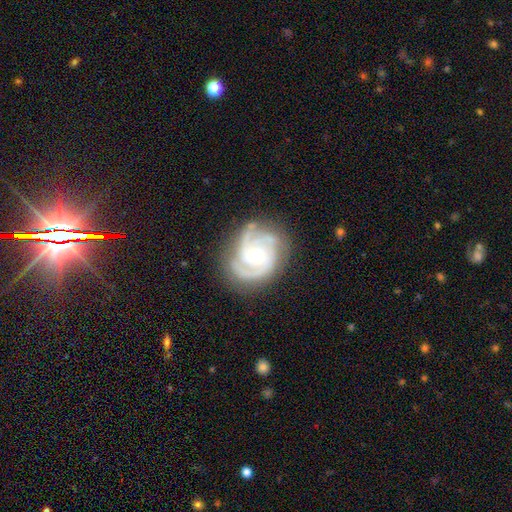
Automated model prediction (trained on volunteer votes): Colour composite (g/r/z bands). It shows a featured or disk galaxy (90%) with no bar (63%), 3 (48%) tight (58%) spiral arms (98%) and a moderate central bulge (53%). Merging: none (76%).